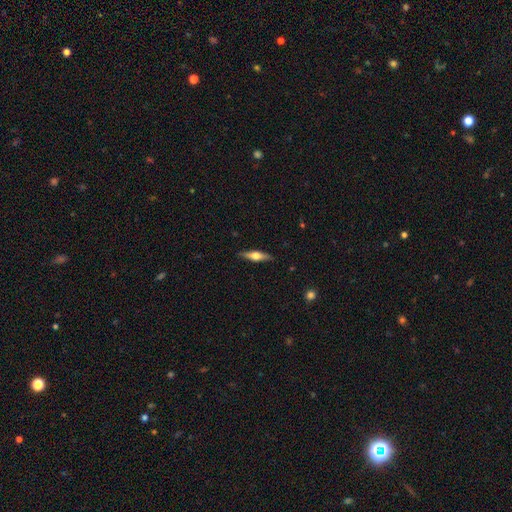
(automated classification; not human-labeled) This is possibly a featured or disk galaxy (55%). It is clearly viewed edge-on (94%). Edge-on bulge: clearly rounded (91%). Merging: clearly none (88%).